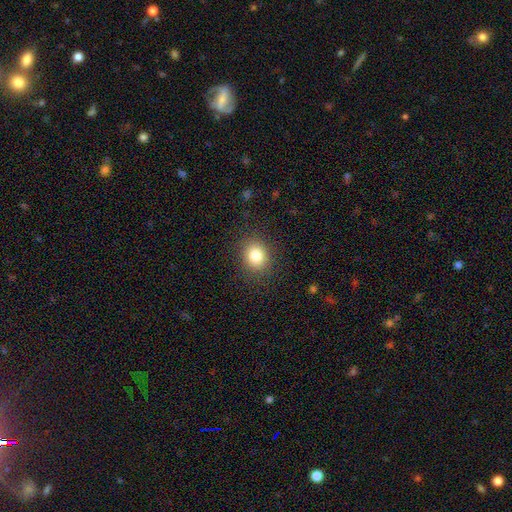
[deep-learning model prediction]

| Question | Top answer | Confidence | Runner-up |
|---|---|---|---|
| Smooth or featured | smooth | 83% | star or artifact (11%) |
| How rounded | round | 65% | in between (34%) |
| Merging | none | 87% | minor disturbance (8%) |